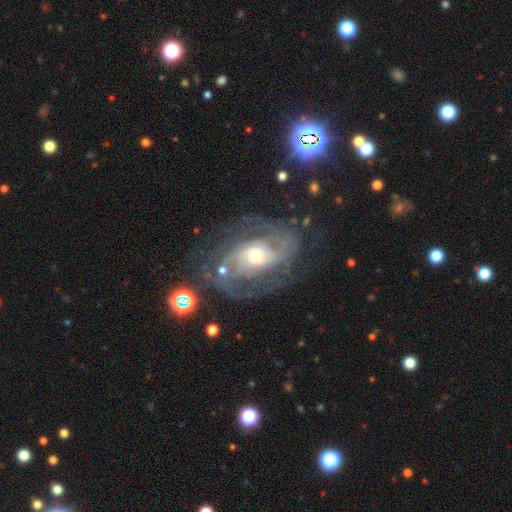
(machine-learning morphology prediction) smooth-or-featured: featured or disk: 88% | smooth: 6% | star or artifact: 6%
  disk-edge-on: no: 97% | yes: 3%
    bar: no: 54% | weak: 33% | strong: 14%
    has-spiral-arms: yes: 95% | no: 5%
      spiral-winding: medium: 46% | tight: 39% | loose: 15%
      spiral-arm-count: 2: 53% | can't tell: 16% | 3: 16% | 4: 6% | 1: 5% | more than 4: 4%
    bulge-size: small: 48% | moderate: 45% | large: 5% | none: 1% | dominant: 1%
  merging: none: 67% | minor disturbance: 17% | major disturbance: 13% | merger: 3%